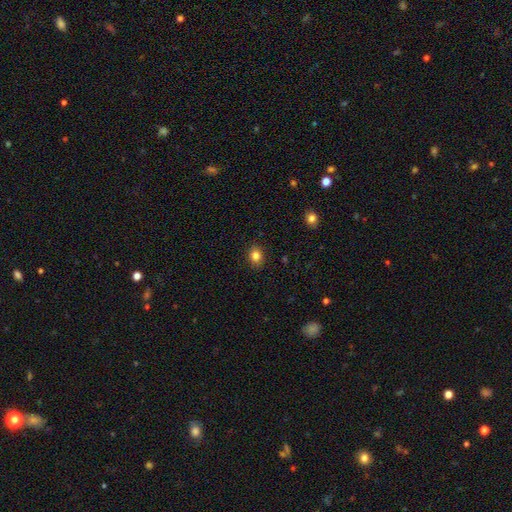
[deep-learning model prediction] Morphology: type=smooth (83%); roundness=round (52%); merging=none (88%).